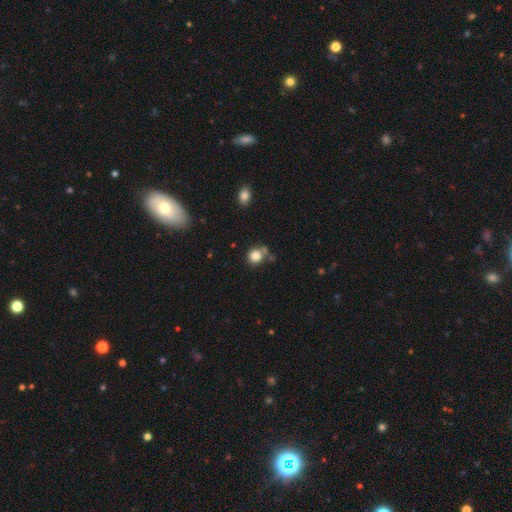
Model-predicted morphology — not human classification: smooth-or-featured: smooth: 83% | star or artifact: 11% | featured or disk: 7%
  how-rounded: round: 82% | in between: 17% | cigar-shaped: 1%
  merging: none: 63% | minor disturbance: 16% | merger: 15% | major disturbance: 7%